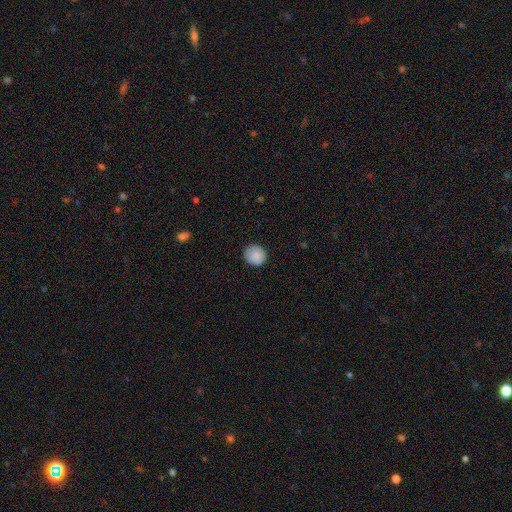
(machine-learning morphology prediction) The model was most divided on "merging": none: 88%, minor disturbance: 9%, major disturbance: 2%, merger: 1%. More confident: how rounded — round (91%); smooth or featured — smooth (88%).